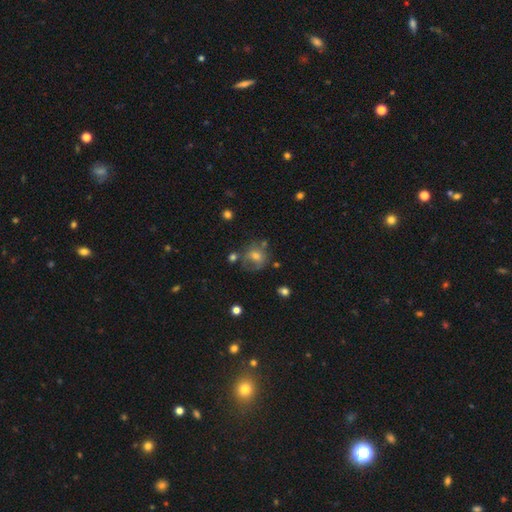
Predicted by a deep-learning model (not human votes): smooth 51%, featured or disk 32%, star or artifact 17%. Down the decision tree: how rounded — round (73%); merging — none (54%).